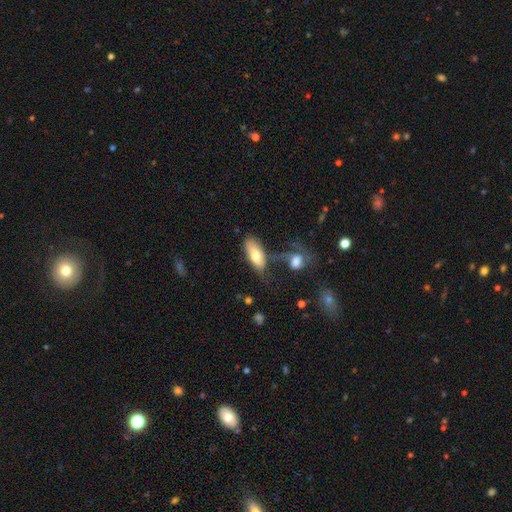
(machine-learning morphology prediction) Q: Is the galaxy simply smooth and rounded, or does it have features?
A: smooth — 74%.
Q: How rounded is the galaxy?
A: in between — 85%.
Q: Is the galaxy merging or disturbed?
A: none — 38%.